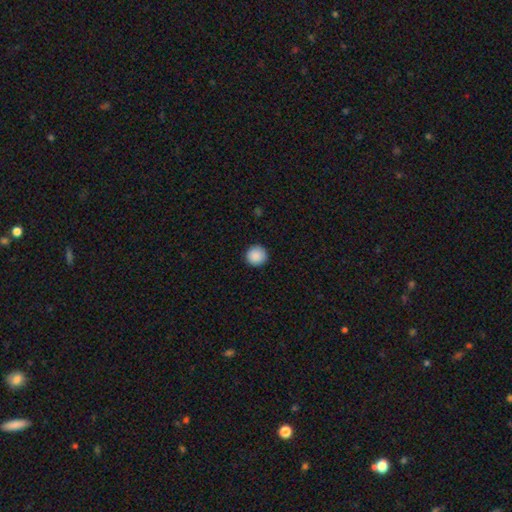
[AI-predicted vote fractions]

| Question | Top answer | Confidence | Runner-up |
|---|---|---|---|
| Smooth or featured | smooth | 89% | star or artifact (8%) |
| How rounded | round | 96% | in between (3%) |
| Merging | none | 92% | minor disturbance (6%) |